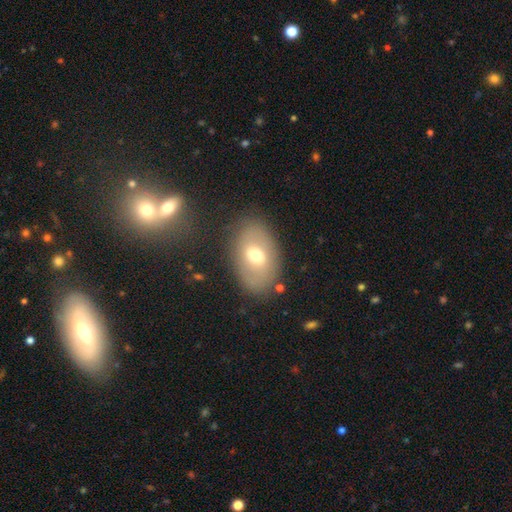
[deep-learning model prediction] Overall: smooth (57%; featured or disk 35%). How rounded: in between (85%). Merging: none (79%).